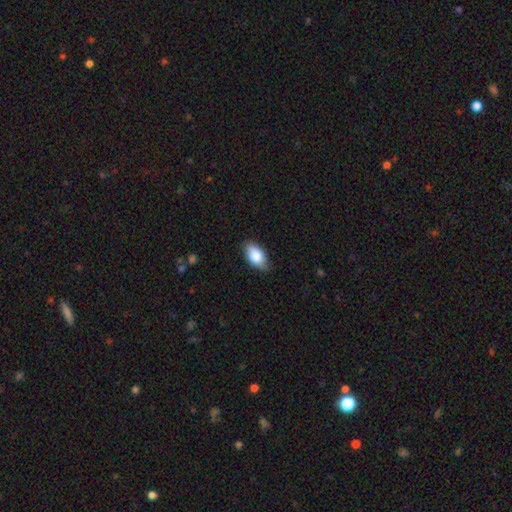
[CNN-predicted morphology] Smooth or featured?
  - smooth: 87% *
  - featured or disk: 7%
  - star or artifact: 6%
How rounded?
  - in between: 93% *
  - round: 4%
  - cigar-shaped: 3%
Merging?
  - none: 82% *
  - minor disturbance: 14%
  - major disturbance: 3%
  - merger: 1%